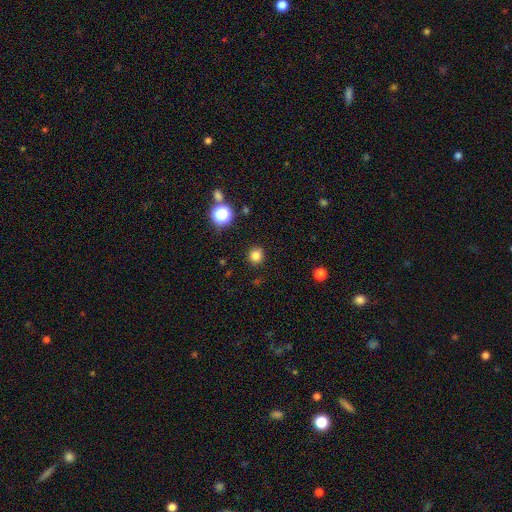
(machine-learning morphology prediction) This is clearly a smooth galaxy (82%). How rounded: clearly round (92%). Merging: clearly none (91%).